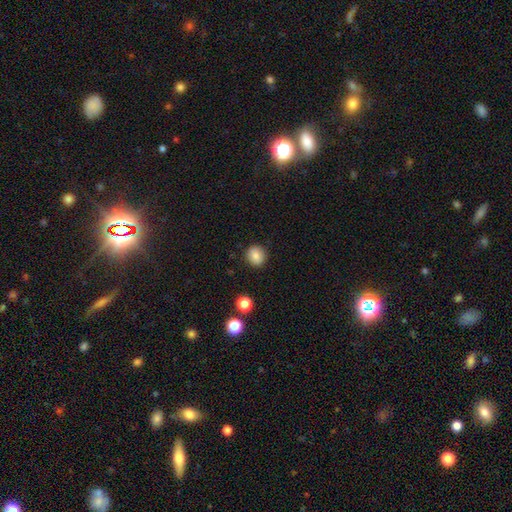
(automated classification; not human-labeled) Smooth or featured: smooth — 83% (star or artifact — 10%)
How rounded: round — 87% (in between — 12%)
Merging: none — 89% (minor disturbance — 7%)